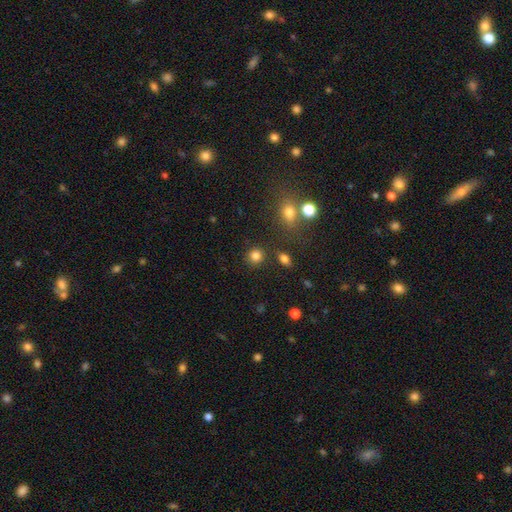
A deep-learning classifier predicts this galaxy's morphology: Smooth or featured? Predicted: smooth (p=0.83). How rounded? Predicted: round (p=0.87). Merging? Predicted: none (p=0.84).